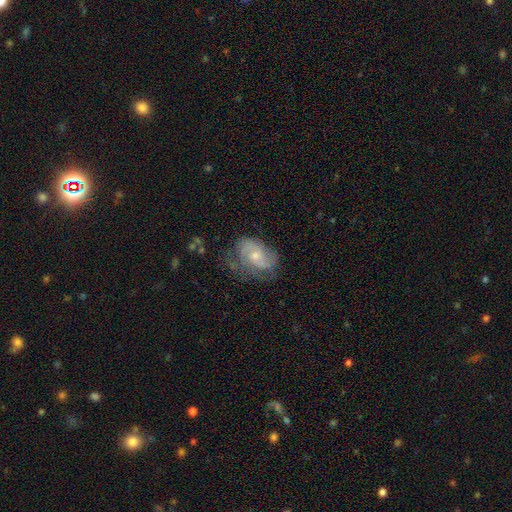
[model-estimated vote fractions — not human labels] A featured or disk galaxy (67%) with no bar (68%), 2 (53%) medium (44%) spiral arms (84%) and a small central bulge (50%). Merging: none (51%).